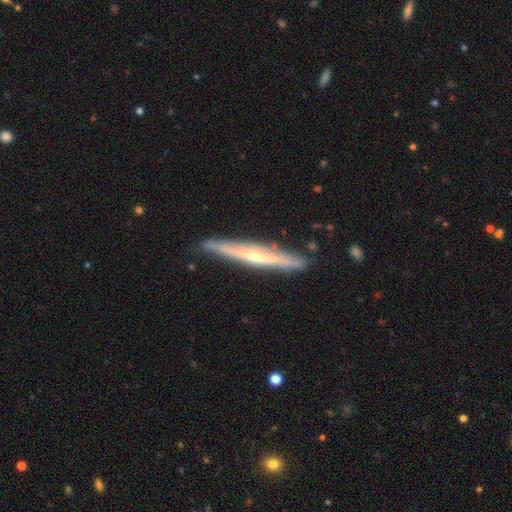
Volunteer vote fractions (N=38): This is likely a featured or disk galaxy (71%). It is clearly viewed edge-on (100%). Edge-on bulge: clearly rounded (85%). Merging: clearly none (81%).